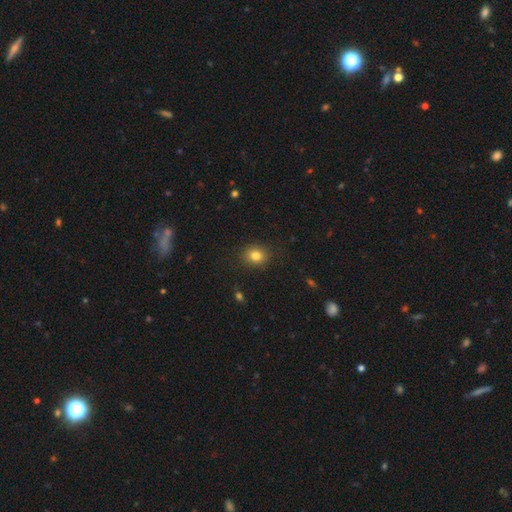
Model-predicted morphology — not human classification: Smooth or featured? smooth (82%)
How rounded? round (61%)
Merging? none (87%)